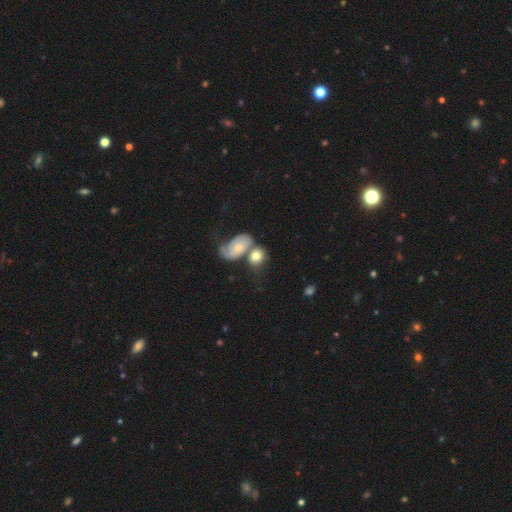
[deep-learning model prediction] This appears to be a smooth galaxy with no disk features (64%) that is in between round and cigar-shaped (55%). Merging: merger (51%).